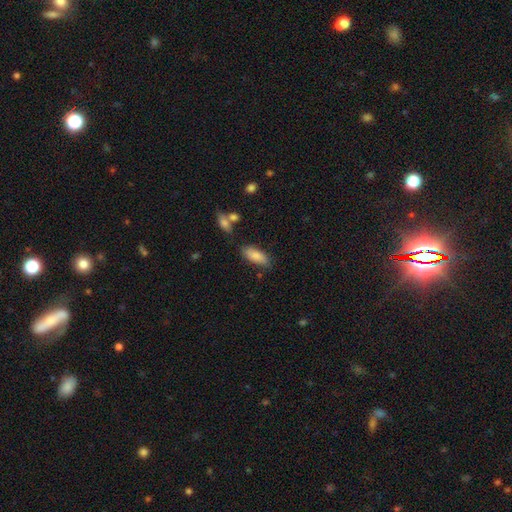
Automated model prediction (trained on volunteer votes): A smooth galaxy with no disk features (84%) that is in between round and cigar-shaped (79%). Merging: none (76%).